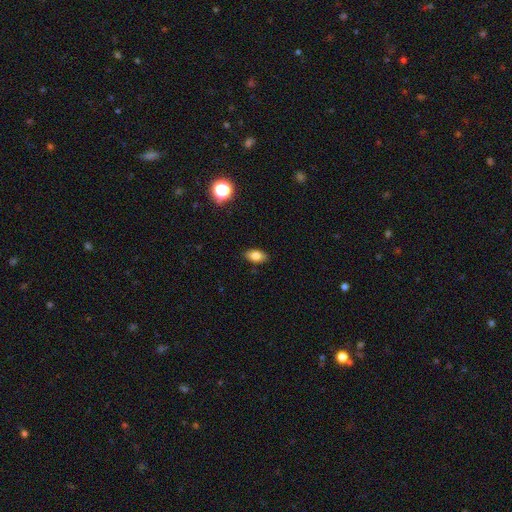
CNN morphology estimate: smooth 81%, star or artifact 10%, featured or disk 9%. Down the decision tree: how rounded — in between (89%); merging — none (88%).